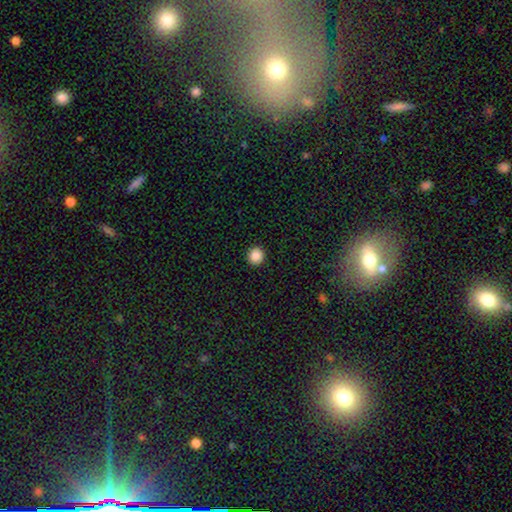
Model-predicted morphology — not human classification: Overall: smooth (88%). How rounded: round (92%). Merging: none (93%).